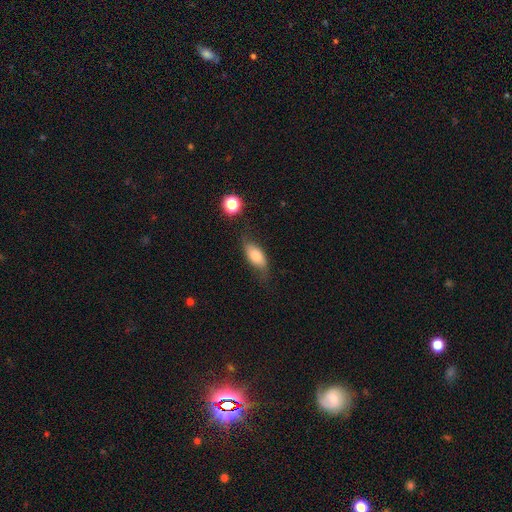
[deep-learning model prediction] The model was most divided on "merging": none: 64%, minor disturbance: 25%, major disturbance: 9%, merger: 2%. More confident: how rounded — in between (85%); smooth or featured — smooth (68%).